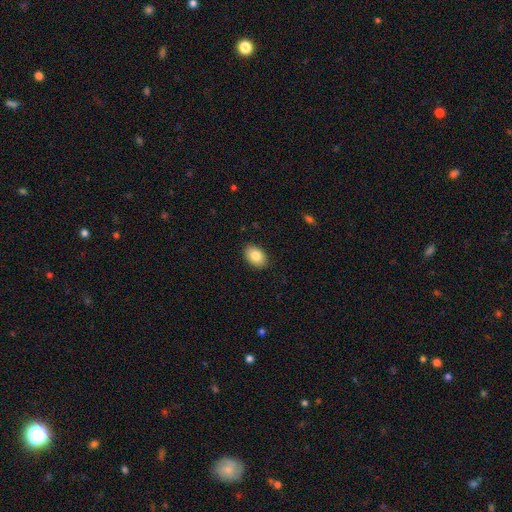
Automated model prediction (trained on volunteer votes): Smooth or featured: smooth — 84% (featured or disk — 9%)
How rounded: in between — 85% (round — 14%)
Merging: none — 89% (minor disturbance — 8%)